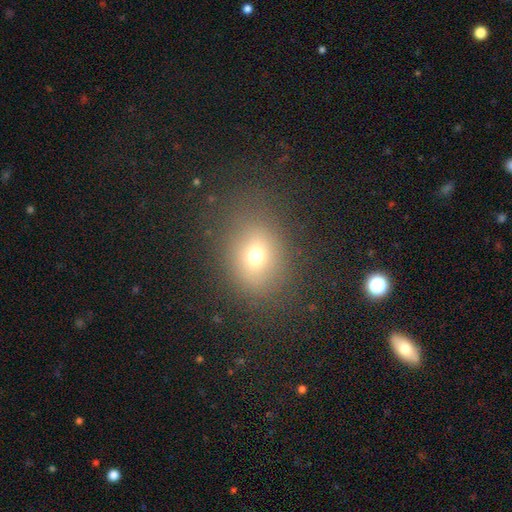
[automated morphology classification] Q: Smooth or featured?
A: smooth (68%); runner-up: star or artifact (18%)
Q: How rounded?
A: in between (53%); runner-up: round (45%)
Q: Merging?
A: none (79%); runner-up: minor disturbance (13%)